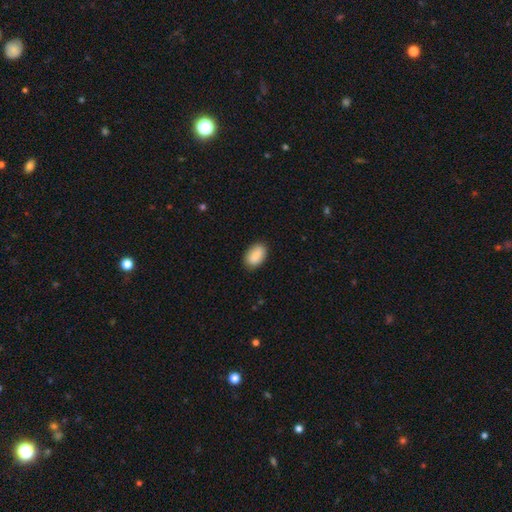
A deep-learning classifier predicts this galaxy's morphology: Smooth or featured? smooth (87%)
How rounded? in between (92%)
Merging? none (87%)